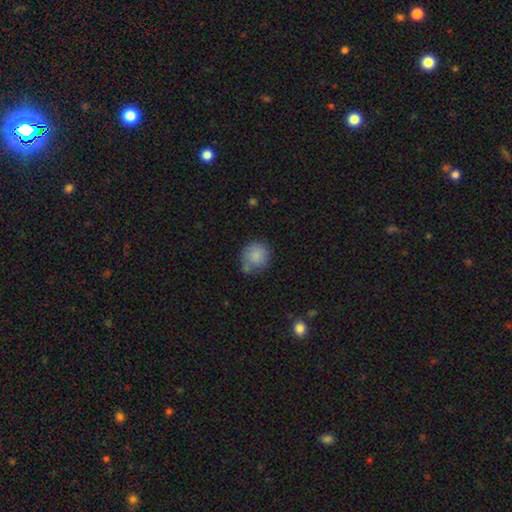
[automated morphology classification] smooth-or-featured: smooth: 84% | featured or disk: 8% | star or artifact: 8%
  how-rounded: round: 83% | in between: 16% | cigar-shaped: 1%
  merging: none: 61% | minor disturbance: 25% | merger: 8% | major disturbance: 7%